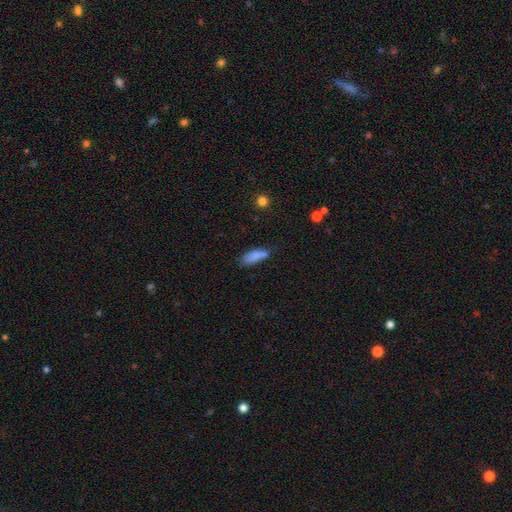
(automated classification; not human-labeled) A smooth galaxy with no disk features (81%) that is in between round and cigar-shaped (67%).

Vote fractions:
- Smooth or featured? smooth: 81% / featured or disk: 10% / star or artifact: 9%
- How rounded? in between: 67% / cigar-shaped: 30% / round: 3%
- Merging? none: 48% / minor disturbance: 28% / merger: 15% / major disturbance: 9%